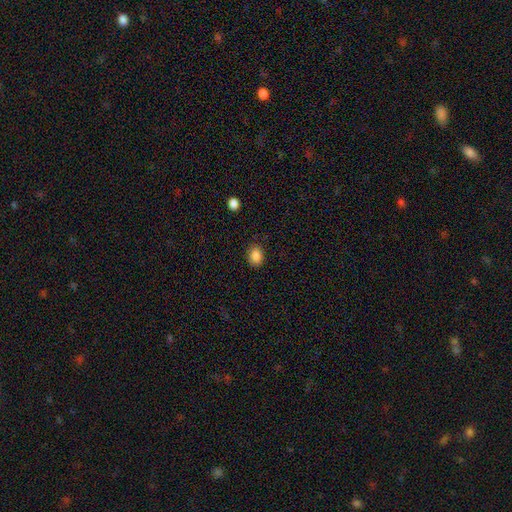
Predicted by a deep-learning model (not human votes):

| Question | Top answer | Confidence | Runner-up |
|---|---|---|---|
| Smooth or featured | smooth | 86% | star or artifact (10%) |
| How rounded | in between | 64% | round (35%) |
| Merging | none | 85% | minor disturbance (11%) |